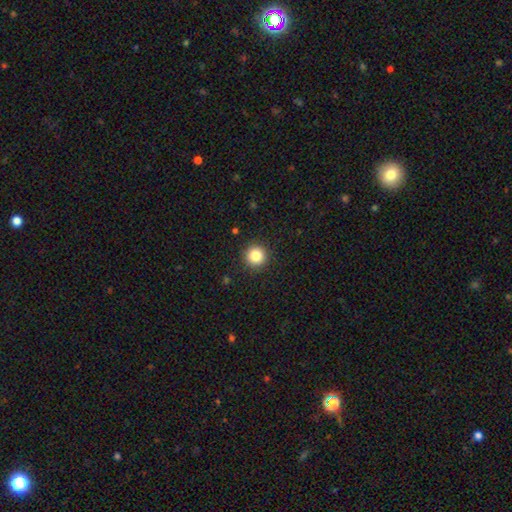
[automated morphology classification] Smooth or featured? Predicted: smooth (p=0.84). How rounded? Predicted: round (p=0.95). Merging? Predicted: none (p=0.92).